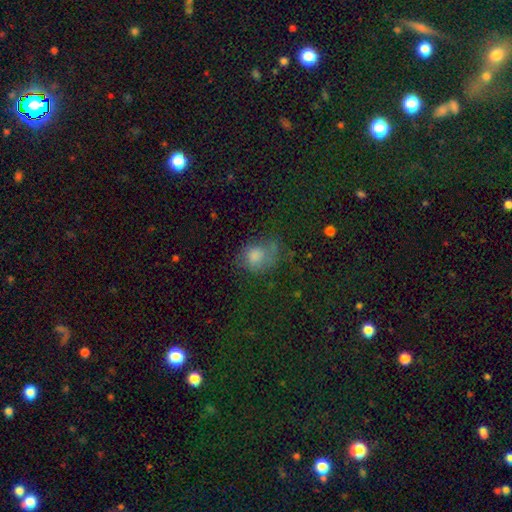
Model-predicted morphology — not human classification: Overall: smooth (64%). How rounded: round (60%; in between 39%). Merging: none (49%; minor disturbance 28%).